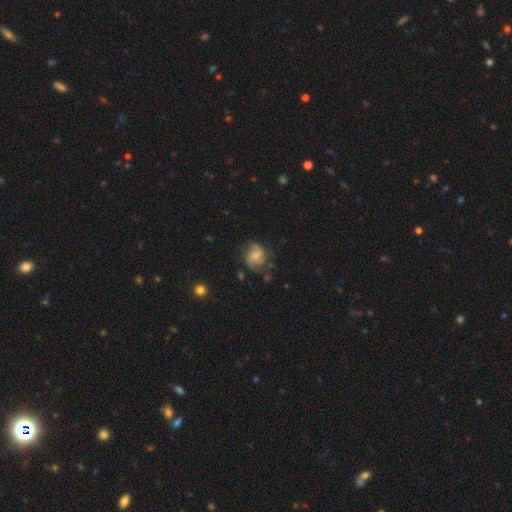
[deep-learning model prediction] This appears to be a featured or disk galaxy (70%) with no bar (60%), 2 (61%) medium (47%) spiral arms (93%) and a small central bulge (52%). Merging: none (61%).